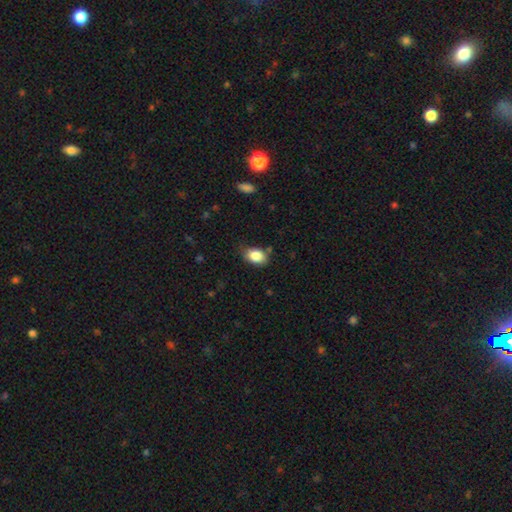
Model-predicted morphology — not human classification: type=smooth (85%); roundness=in between (81%); merging=none (69%).